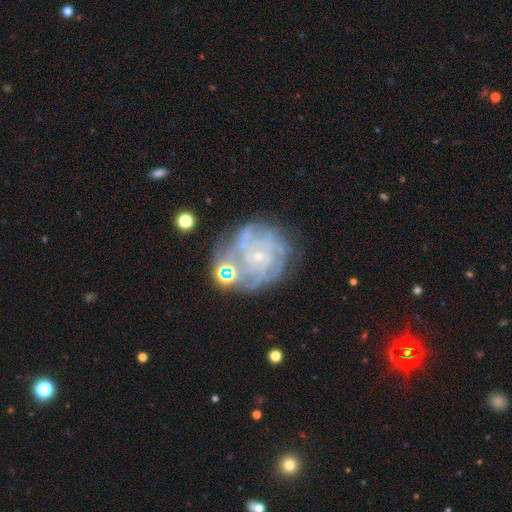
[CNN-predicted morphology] A featured or disk galaxy (80%) with no bar (73%), tight (69%) spiral arms (92%) and a small central bulge (82%).

Vote fractions:
- Smooth or featured? featured or disk: 80% / smooth: 10% / star or artifact: 10%
- Edge-on disk? no: 98% / yes: 2%
- Bar? no: 73% / weak: 22% / strong: 5%
- Spiral arms? yes: 92% / no: 8%
- Spiral winding? tight: 69% / medium: 25% / loose: 7%
- Spiral arm count? can't tell: 33% / 4: 23% / 3: 15% / more than 4: 14% / 2: 9% / 1: 6%
- Bulge size? small: 82% / moderate: 12% / none: 4% / large: 1% / dominant: 1%
- Merging? none: 58% / merger: 17% / minor disturbance: 16% / major disturbance: 8%